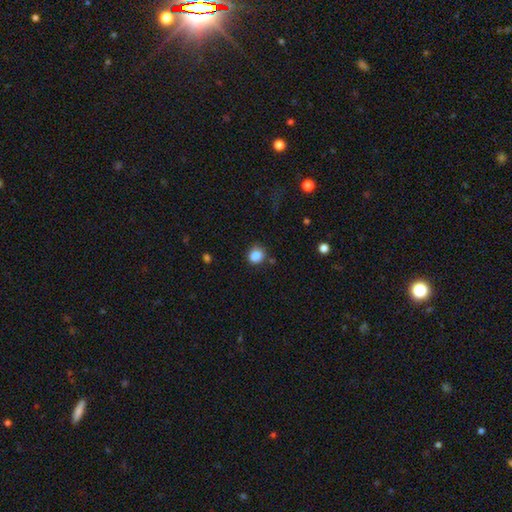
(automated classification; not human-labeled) Smooth or featured? Predicted: smooth (p=0.85). How rounded? Predicted: round (p=0.75). Merging? Predicted: none (p=0.78).